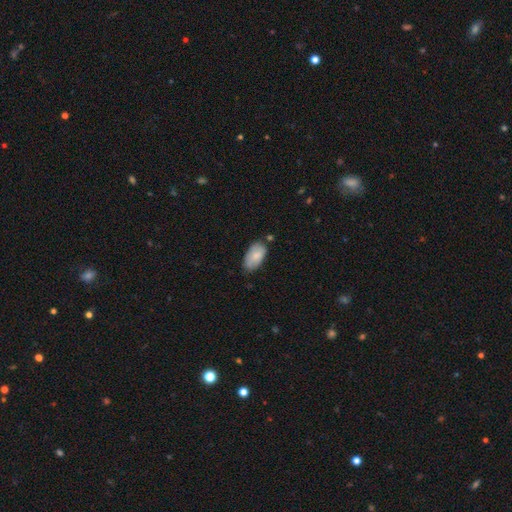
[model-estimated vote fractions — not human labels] A smooth galaxy with no disk features (79%) that is in between round and cigar-shaped (95%). Merging: none (60%).